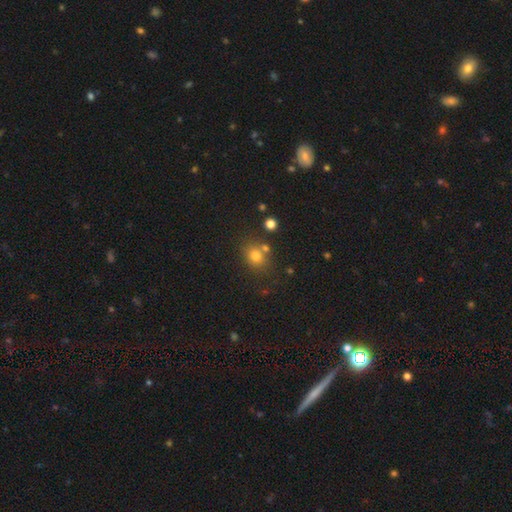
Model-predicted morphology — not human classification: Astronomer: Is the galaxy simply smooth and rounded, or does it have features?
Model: smooth — 74%.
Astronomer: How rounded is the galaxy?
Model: round — 66%.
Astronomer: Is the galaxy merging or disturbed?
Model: none — 68%.